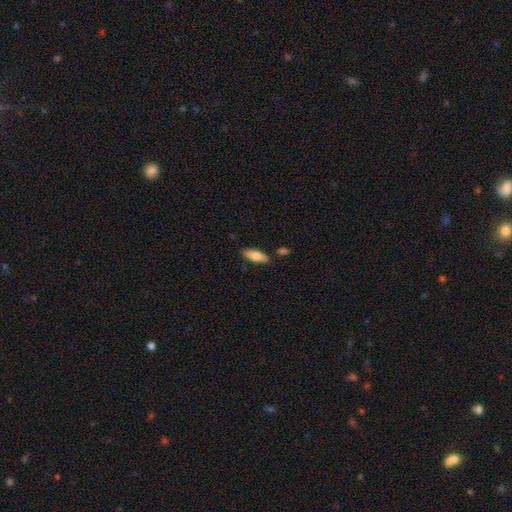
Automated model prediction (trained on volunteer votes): Smooth or featured: smooth — 75% (featured or disk — 19%)
How rounded: in between — 64% (cigar-shaped — 34%)
Merging: none — 81% (minor disturbance — 12%)